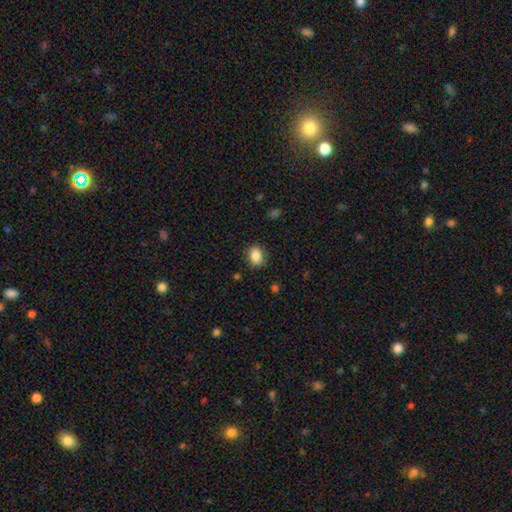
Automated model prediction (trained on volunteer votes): This is clearly a smooth galaxy (85%). How rounded: likely in between (61%). Merging: clearly none (83%).